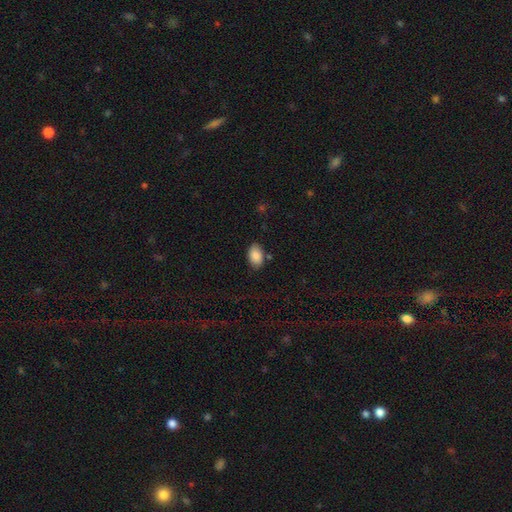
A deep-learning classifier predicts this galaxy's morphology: Smooth or featured: smooth — 88% (star or artifact — 7%)
How rounded: in between — 92% (round — 7%)
Merging: none — 79% (minor disturbance — 14%)